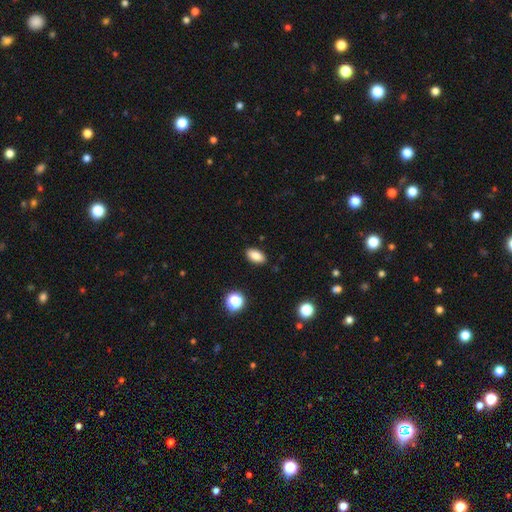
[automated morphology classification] A smooth galaxy with no disk features (85%) that is in between round and cigar-shaped (91%). Merging: none (88%).